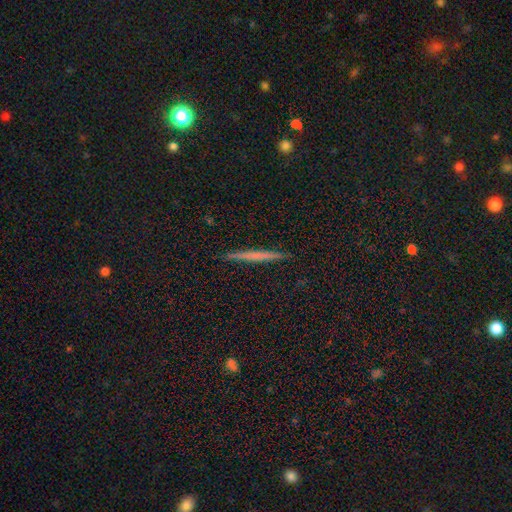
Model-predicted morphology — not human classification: Overall: smooth (52%; featured or disk 39%). How rounded: cigar-shaped (96%). Merging: none (92%).